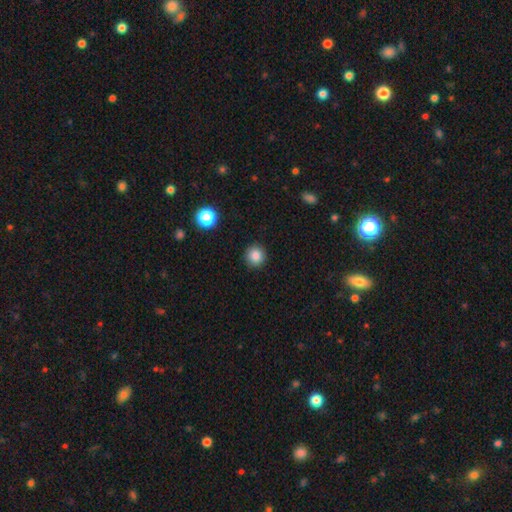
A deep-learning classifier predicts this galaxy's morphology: Q: Smooth or featured?
A: smooth (85%); runner-up: star or artifact (11%)
Q: How rounded?
A: round (93%); runner-up: in between (6%)
Q: Merging?
A: none (91%); runner-up: minor disturbance (6%)